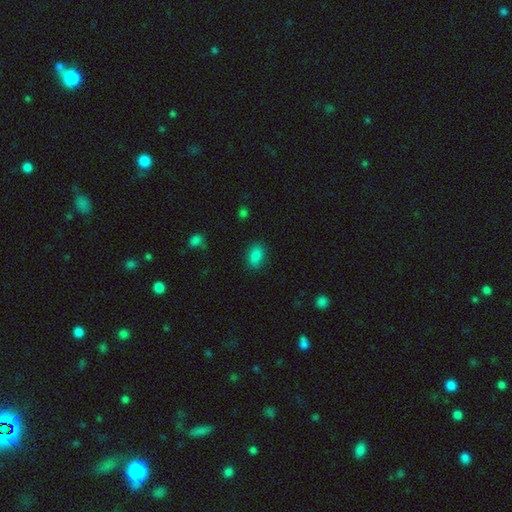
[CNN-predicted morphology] A smooth galaxy with no disk features (86%) that is in between round and cigar-shaped (86%).

Vote fractions:
- Smooth or featured? smooth: 86% / star or artifact: 10% / featured or disk: 4%
- How rounded? in between: 86% / round: 12% / cigar-shaped: 2%
- Merging? none: 83% / minor disturbance: 12% / major disturbance: 3% / merger: 1%